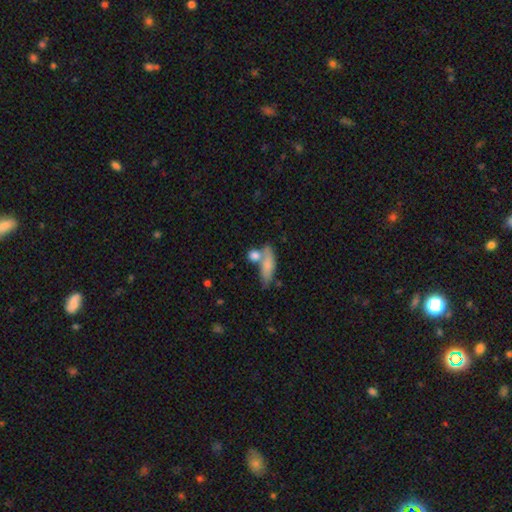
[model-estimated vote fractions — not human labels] Smooth or featured? smooth (78%)
How rounded? in between (43%)
Merging? none (48%)